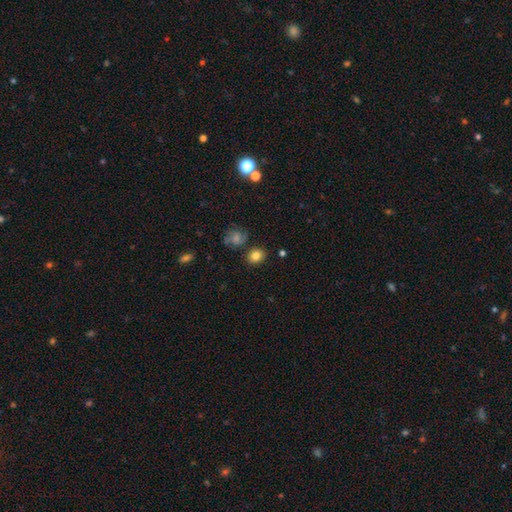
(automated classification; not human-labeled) Smooth or featured? smooth (82%)
How rounded? round (60%)
Merging? none (81%)